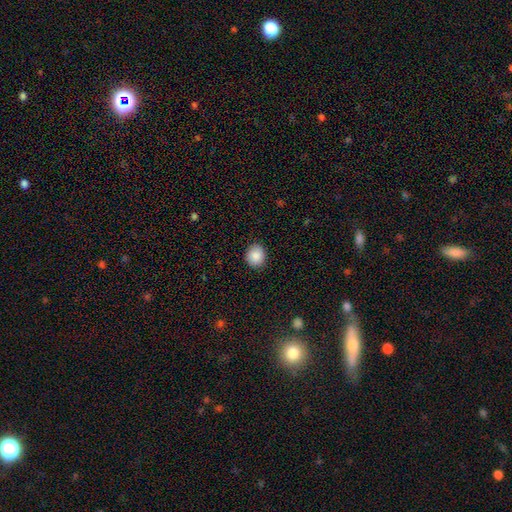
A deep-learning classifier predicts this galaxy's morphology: Smooth or featured: smooth — 89% (star or artifact — 8%)
How rounded: round — 77% (in between — 22%)
Merging: none — 90% (minor disturbance — 7%)